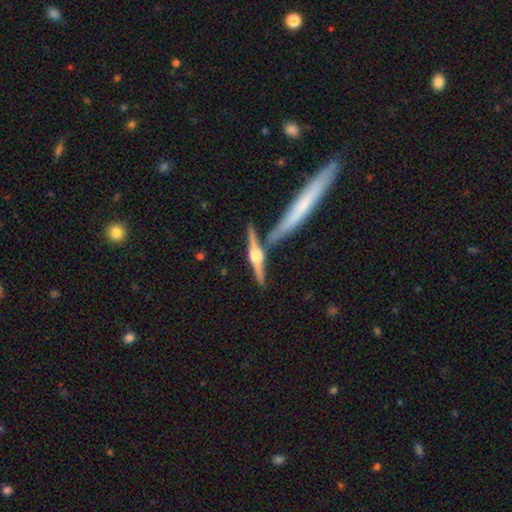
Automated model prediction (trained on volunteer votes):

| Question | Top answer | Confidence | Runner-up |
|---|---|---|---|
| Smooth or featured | featured or disk | 82% | smooth (12%) |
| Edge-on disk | yes | 97% | no (3%) |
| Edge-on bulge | rounded | 92% | boxy (5%) |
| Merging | none | 76% | merger (12%) |